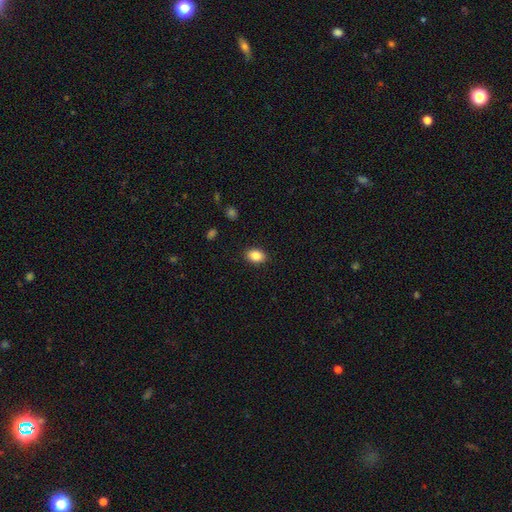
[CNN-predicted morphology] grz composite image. It shows a smooth galaxy with no disk features (86%) that is in between round and cigar-shaped (79%). Merging: none (89%).